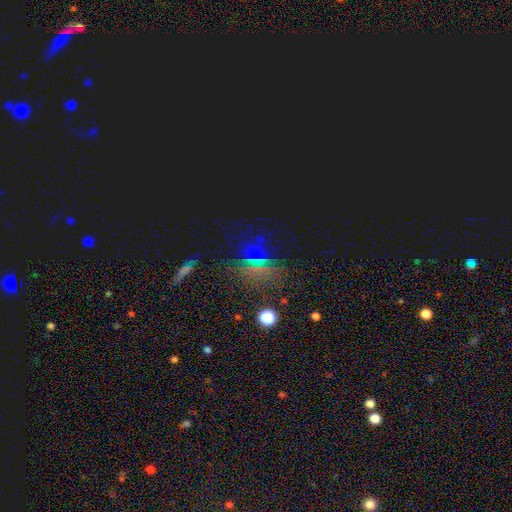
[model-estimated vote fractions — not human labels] This is likely a star or artifact rather than a galaxy (64%).